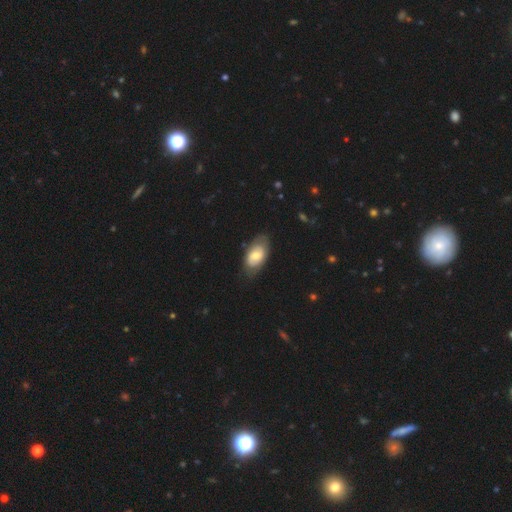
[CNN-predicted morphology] Smooth or featured?
  - smooth: 54% *
  - featured or disk: 40%
  - star or artifact: 6%
How rounded?
  - in between: 92% *
  - round: 6%
  - cigar-shaped: 2%
Merging?
  - none: 71% *
  - minor disturbance: 21%
  - major disturbance: 7%
  - merger: 1%